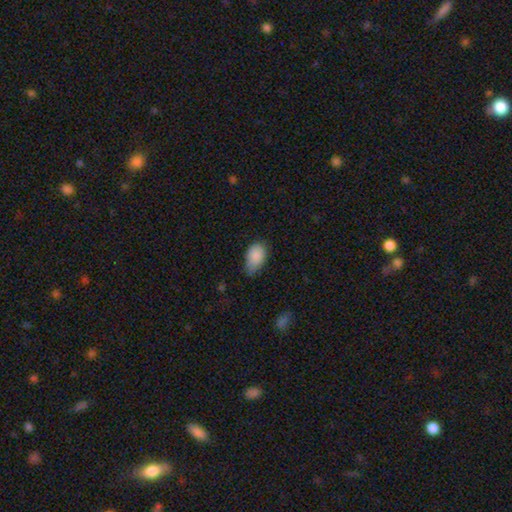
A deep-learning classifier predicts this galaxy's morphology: smooth_or_featured: smooth (p=0.87) [alt: star or artifact p=0.08]
how_rounded: in between (p=0.90) [alt: round p=0.08]
merging: none (p=0.49) [alt: minor disturbance p=0.42]